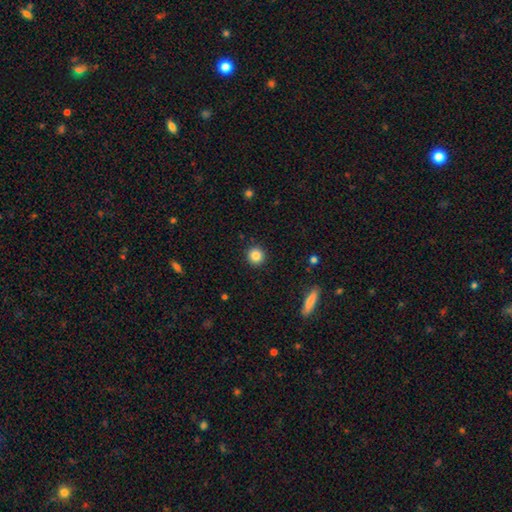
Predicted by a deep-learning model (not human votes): smooth-or-featured: smooth: 86% | star or artifact: 10% | featured or disk: 4%
  how-rounded: round: 94% | in between: 5% | cigar-shaped: 1%
  merging: none: 92% | minor disturbance: 5% | major disturbance: 2% | merger: 1%